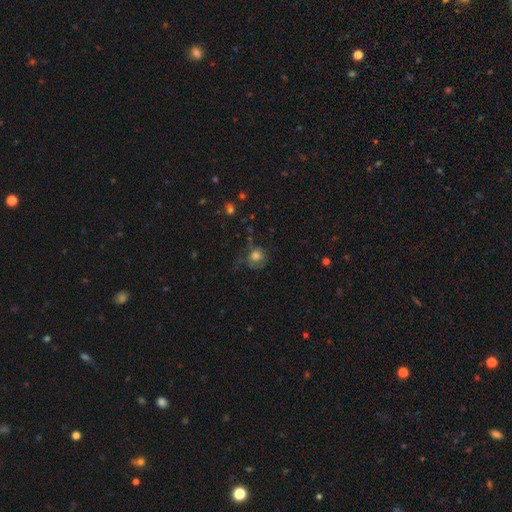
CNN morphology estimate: Smooth or featured? Predicted: smooth (p=0.69). How rounded? Predicted: round (p=0.77). Merging? Predicted: none (p=0.53).